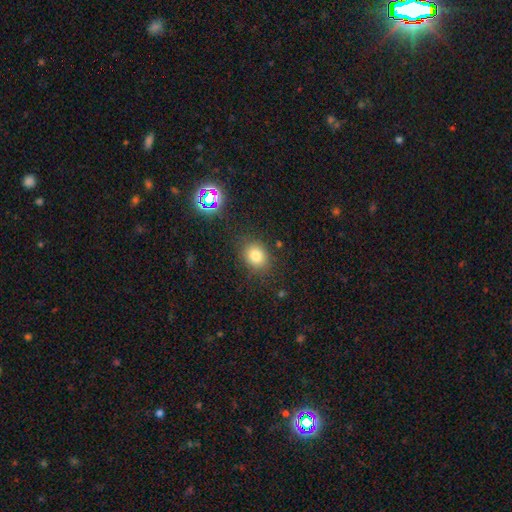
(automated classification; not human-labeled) Overall: smooth (78%). How rounded: round (58%; in between 41%). Merging: none (82%).